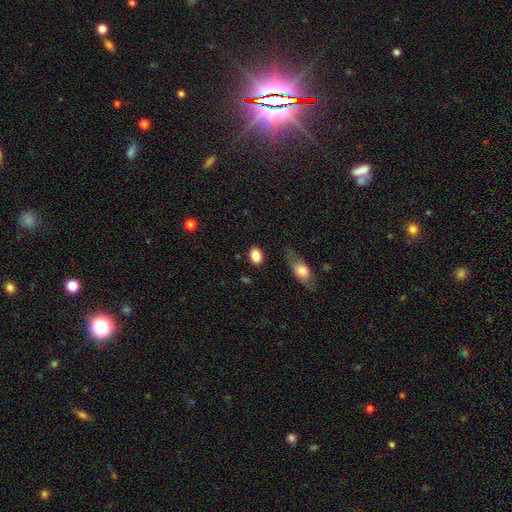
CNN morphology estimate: type=smooth (87%); roundness=in between (78%); merging=none (83%).